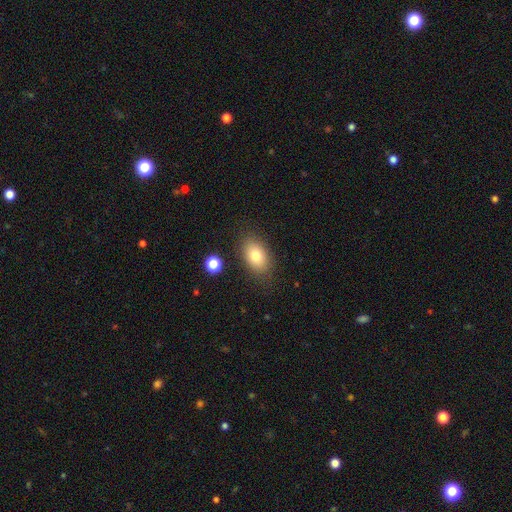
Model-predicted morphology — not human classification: A smooth galaxy with no disk features (79%) that is in between round and cigar-shaped (85%). Merging: none (83%).